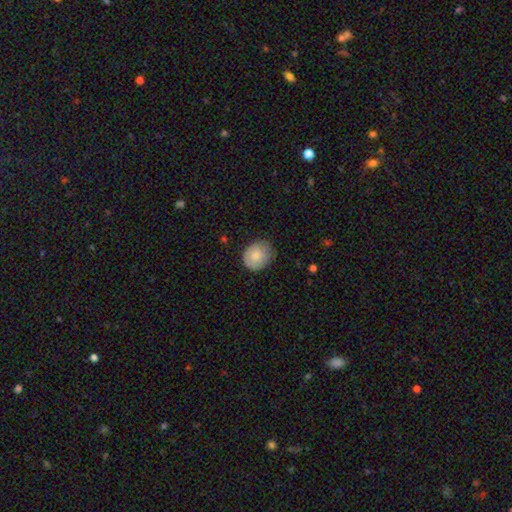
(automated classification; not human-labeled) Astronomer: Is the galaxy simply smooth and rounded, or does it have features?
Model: smooth — 79%.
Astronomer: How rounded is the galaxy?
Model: round — 70%.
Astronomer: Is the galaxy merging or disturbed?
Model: none — 71%.